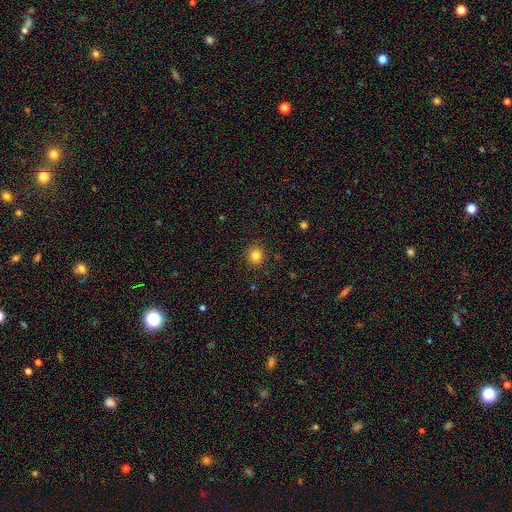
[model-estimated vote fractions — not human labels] smooth-or-featured: smooth: 82% | star or artifact: 12% | featured or disk: 5%
  how-rounded: round: 86% | in between: 13% | cigar-shaped: 1%
  merging: none: 90% | minor disturbance: 7% | major disturbance: 2% | merger: 1%